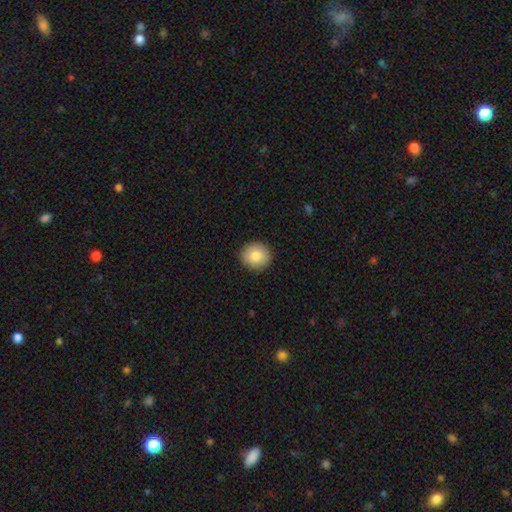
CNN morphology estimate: This appears to be a smooth galaxy with no disk features (83%) that is round (89%). Merging: none (91%).